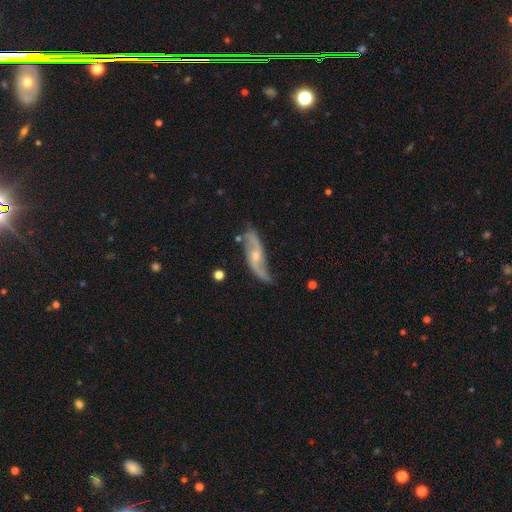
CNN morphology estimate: Q: Smooth or featured?
A: featured or disk (83%); runner-up: smooth (11%)
Q: Edge-on disk?
A: no (87%); runner-up: yes (13%)
Q: Bar?
A: no (59%); runner-up: weak (31%)
Q: Spiral arms?
A: yes (94%); runner-up: no (6%)
Q: Spiral winding?
A: loose (78%); runner-up: medium (17%)
Q: Spiral arm count?
A: 2 (91%); runner-up: can't tell (4%)
Q: Bulge size?
A: small (52%); runner-up: moderate (43%)
Q: Merging?
A: none (69%); runner-up: minor disturbance (21%)